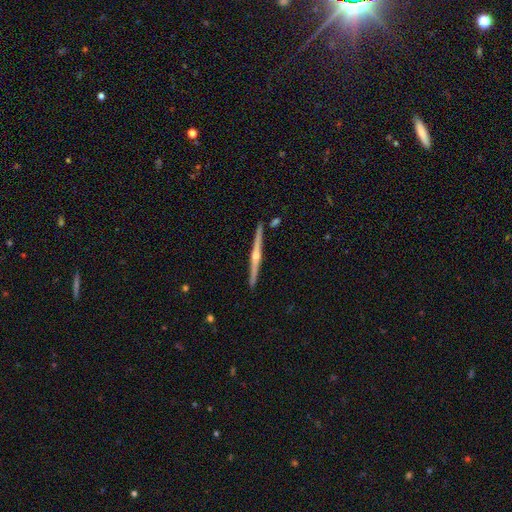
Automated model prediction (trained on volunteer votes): A featured or disk galaxy (82%) viewed edge-on (99%) with a rounded central bulge (85%). Merging: none (92%).